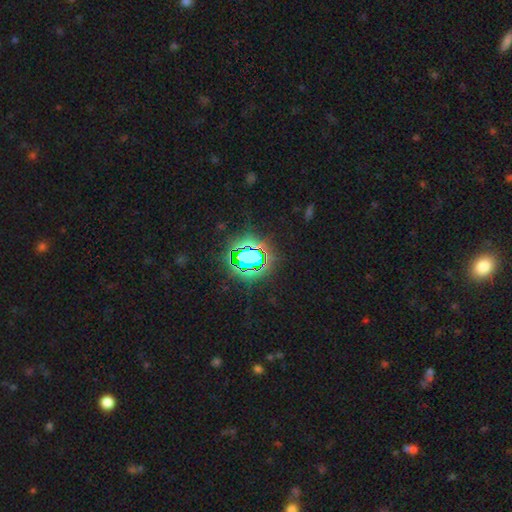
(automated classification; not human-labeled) This is likely a star or artifact rather than a galaxy (74%).